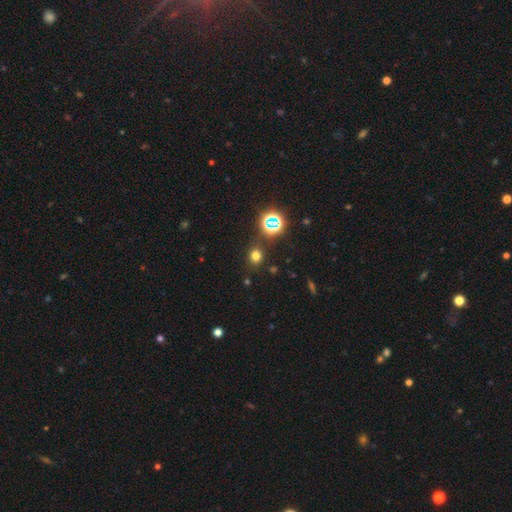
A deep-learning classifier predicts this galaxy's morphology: smooth-or-featured: smooth: 68% | star or artifact: 25% | featured or disk: 6%
  how-rounded: round: 71% | in between: 28% | cigar-shaped: 1%
  merging: none: 83% | minor disturbance: 10% | merger: 4% | major disturbance: 3%